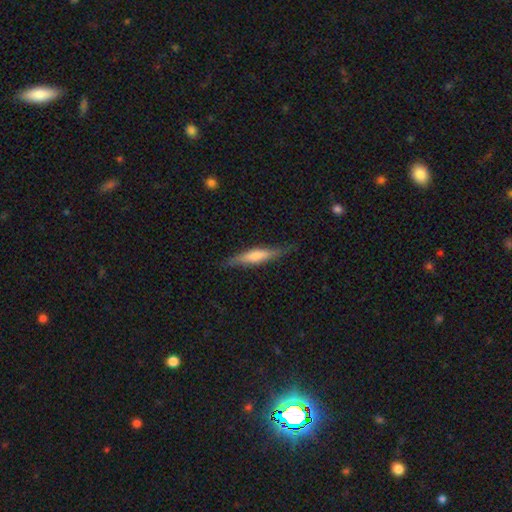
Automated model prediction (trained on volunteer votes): Overall: featured or disk (50%; smooth 43%). Edge-on disk: yes (91%). Merging: none (79%).